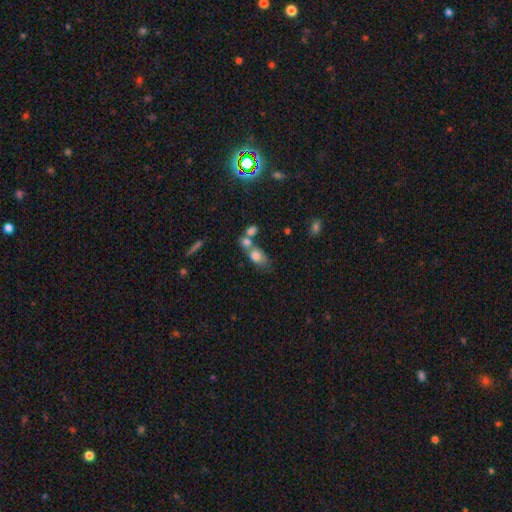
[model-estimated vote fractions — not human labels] smooth_or_featured: smooth (p=0.73) [alt: featured or disk p=0.16]
how_rounded: in between (p=0.75) [alt: round p=0.21]
merging: merger (p=0.50) [alt: none p=0.31]